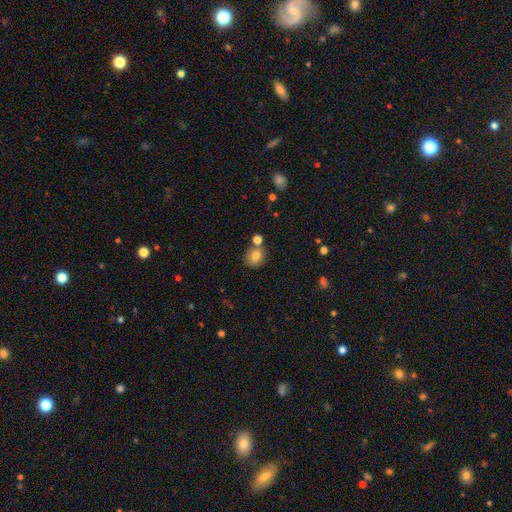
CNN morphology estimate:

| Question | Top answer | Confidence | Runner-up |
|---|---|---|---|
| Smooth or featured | smooth | 80% | star or artifact (10%) |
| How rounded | round | 69% | in between (30%) |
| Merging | none | 66% | merger (18%) |